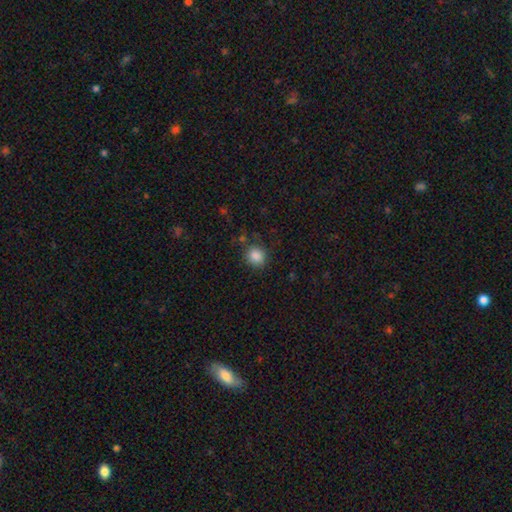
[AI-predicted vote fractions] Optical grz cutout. It shows a smooth galaxy with no disk features (86%) that is round (82%). Merging: none (81%).